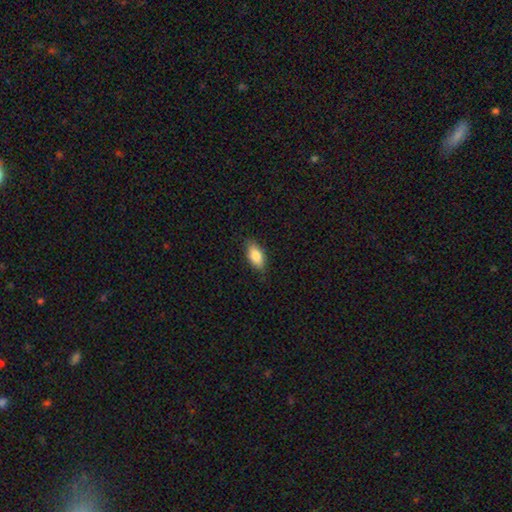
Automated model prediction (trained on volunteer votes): smooth 84%, featured or disk 10%, star or artifact 7%. Down the decision tree: how rounded — in between (89%); merging — none (83%).